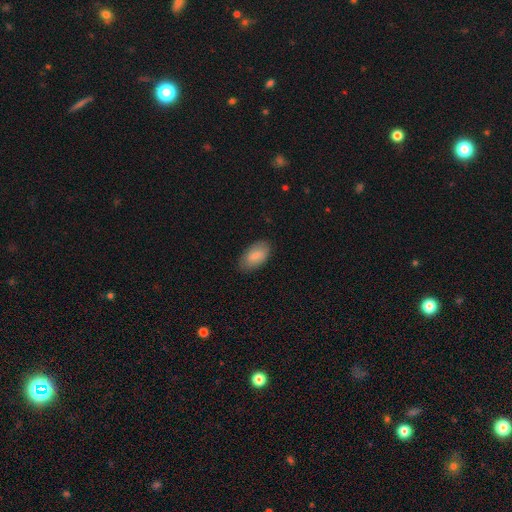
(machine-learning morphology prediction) Smooth or featured? smooth (85%)
How rounded? in between (94%)
Merging? none (83%)